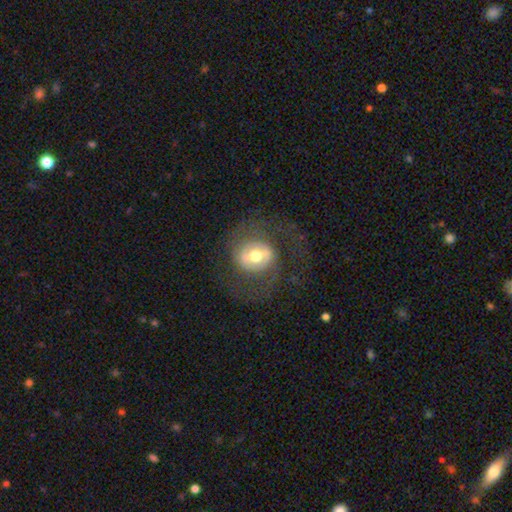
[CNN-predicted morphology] Smooth or featured? featured or disk (58%)
Edge-on disk? no (95%)
Bar? no (48%)
Spiral arms? no (51%)
Bulge size? moderate (68%)
Merging? none (68%)